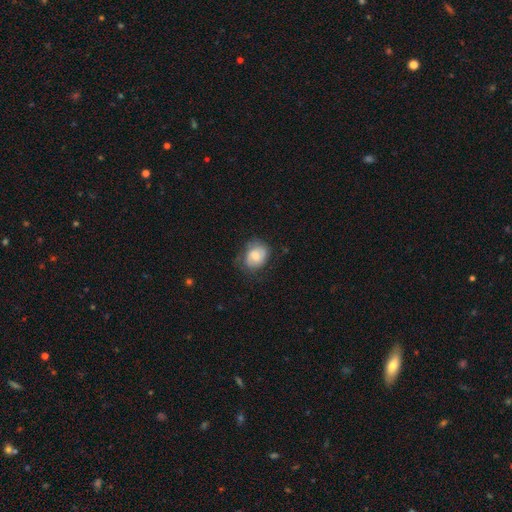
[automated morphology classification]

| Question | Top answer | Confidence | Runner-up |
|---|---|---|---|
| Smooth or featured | smooth | 62% | featured or disk (30%) |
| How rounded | in between | 52% | round (47%) |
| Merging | none | 61% | minor disturbance (26%) |